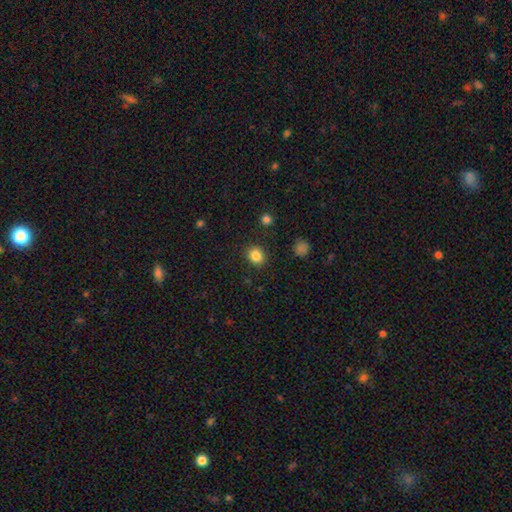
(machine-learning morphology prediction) Q: Smooth or featured?
A: smooth (85%); runner-up: star or artifact (11%)
Q: How rounded?
A: round (72%); runner-up: in between (27%)
Q: Merging?
A: none (89%); runner-up: minor disturbance (7%)